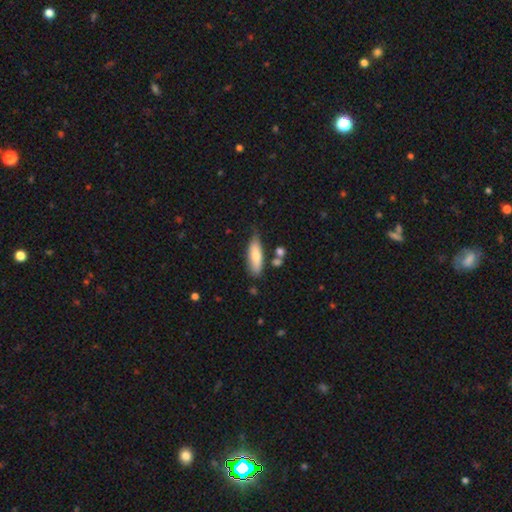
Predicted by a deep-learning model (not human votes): Smooth or featured: smooth — 75% (featured or disk — 19%)
How rounded: in between — 59% (cigar-shaped — 39%)
Merging: none — 64% (minor disturbance — 24%)